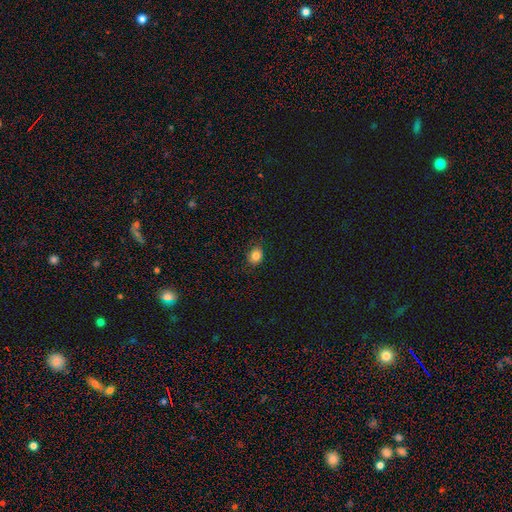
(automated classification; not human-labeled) The model was most divided on "how rounded": round: 55%, in between: 44%, cigar-shaped: 1%. More confident: merging — none (85%); smooth or featured — smooth (83%).